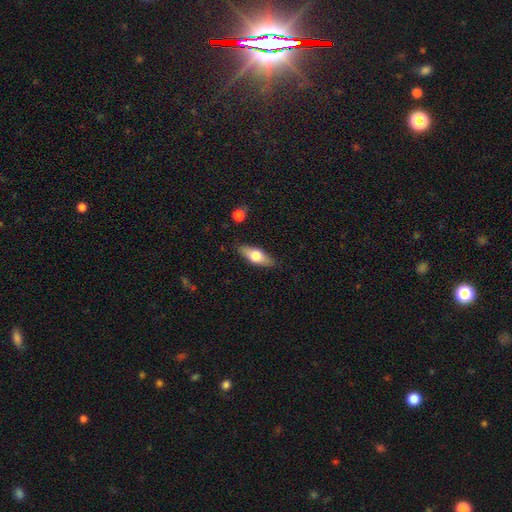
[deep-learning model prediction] A smooth galaxy with no disk features (60%) that is in between round and cigar-shaped (68%). Merging: none (85%).